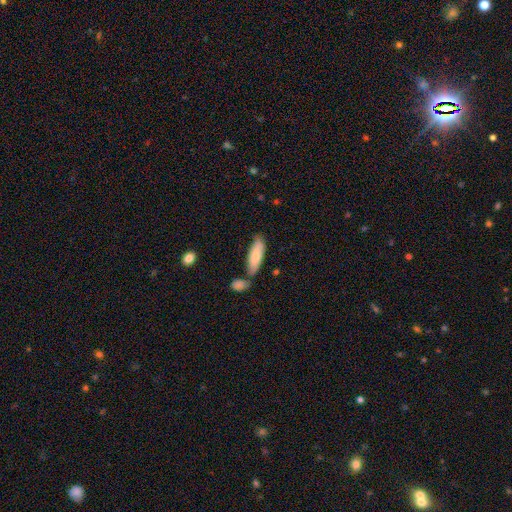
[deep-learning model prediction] smooth 80%, featured or disk 14%, star or artifact 5%. Down the decision tree: how rounded — in between (51%); merging — none (62%).